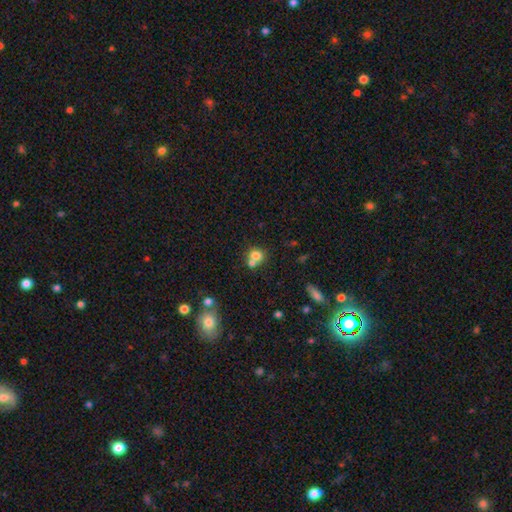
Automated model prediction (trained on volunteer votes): Q: Smooth or featured?
A: smooth (76%); runner-up: featured or disk (12%)
Q: How rounded?
A: round (76%); runner-up: in between (23%)
Q: Merging?
A: merger (44%); tied with: none (44%)